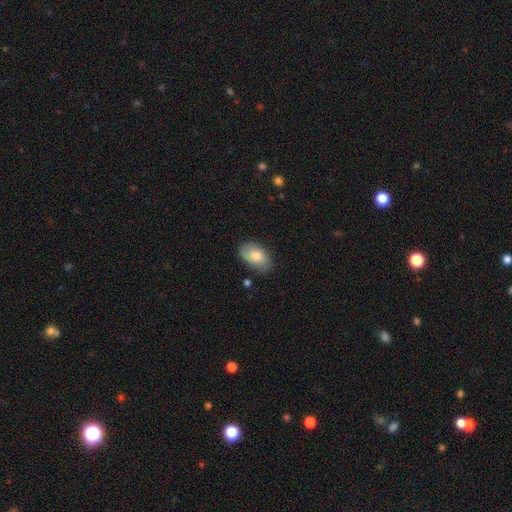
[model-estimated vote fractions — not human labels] This is likely a smooth galaxy (78%). How rounded: clearly in between (91%). Merging: likely none (79%).